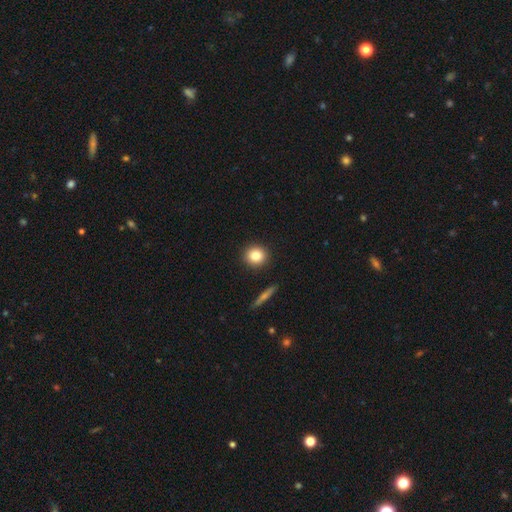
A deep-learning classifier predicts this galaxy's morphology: This appears to be a smooth galaxy with no disk features (83%) that is round (89%). Merging: none (92%).